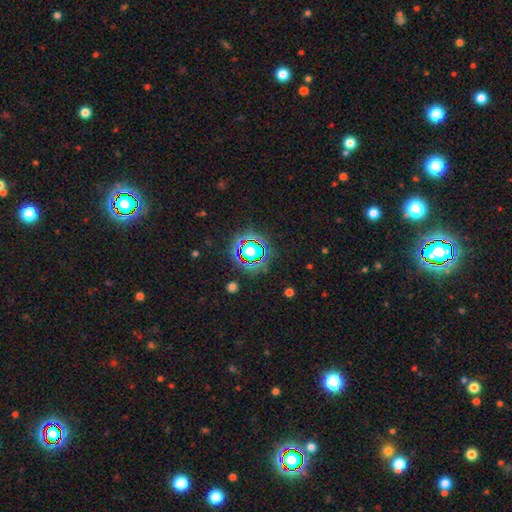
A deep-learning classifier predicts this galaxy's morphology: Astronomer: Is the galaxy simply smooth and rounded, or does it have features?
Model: star or artifact — 63%.